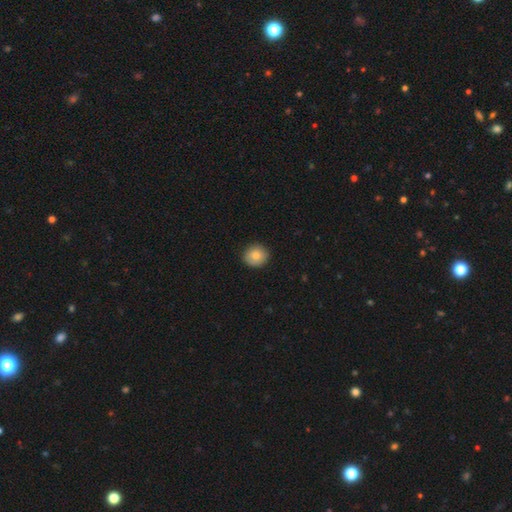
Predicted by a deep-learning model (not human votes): This is clearly a smooth galaxy (83%). How rounded: clearly round (84%). Merging: clearly none (89%).